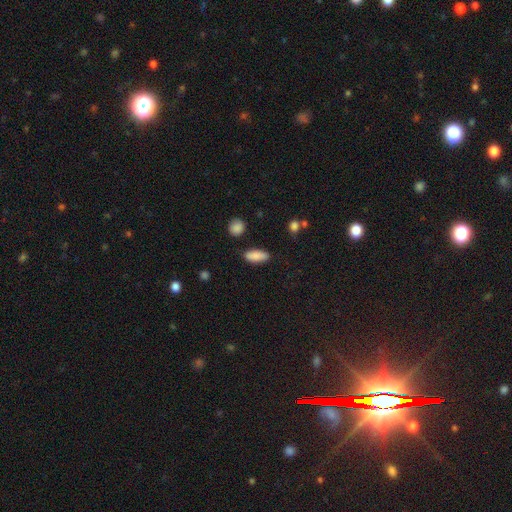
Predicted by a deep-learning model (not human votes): Smooth or featured? smooth (87%)
How rounded? in between (81%)
Merging? none (83%)